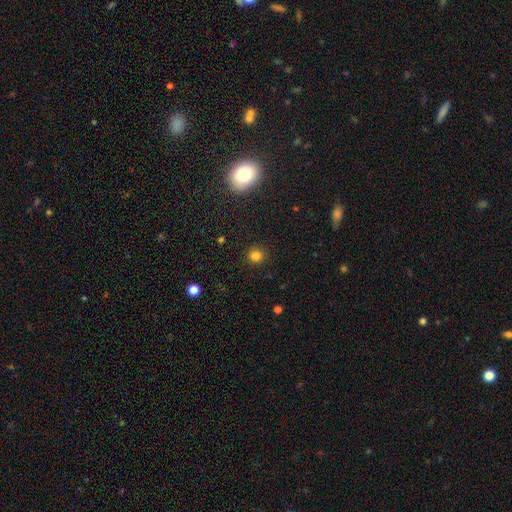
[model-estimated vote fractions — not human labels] Smooth or featured: smooth — 82% (star or artifact — 14%)
How rounded: round — 92% (in between — 7%)
Merging: none — 91% (minor disturbance — 6%)